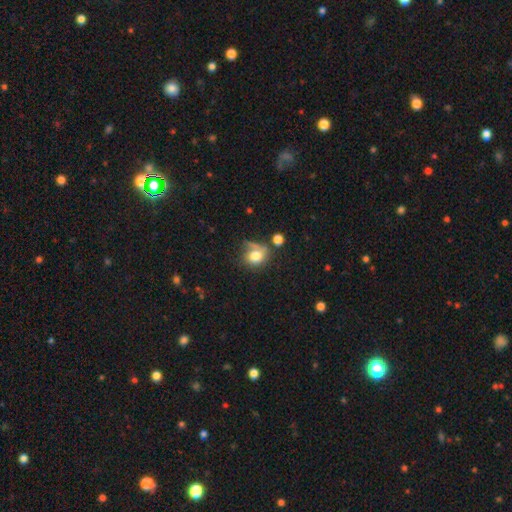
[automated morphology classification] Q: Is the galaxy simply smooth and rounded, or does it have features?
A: smooth — 72%.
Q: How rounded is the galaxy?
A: round — 62%.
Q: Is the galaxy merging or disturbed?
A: none — 45%.